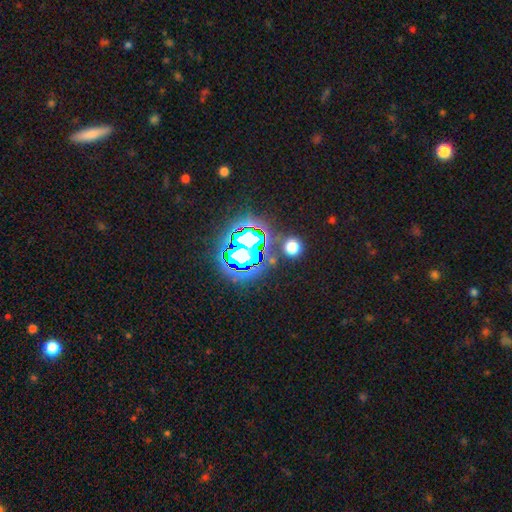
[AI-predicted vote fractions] Smooth or featured?
  - star or artifact: 82% *
  - smooth: 11%
  - featured or disk: 7%